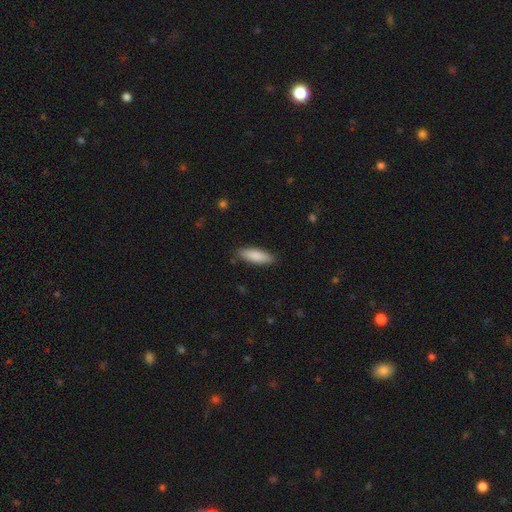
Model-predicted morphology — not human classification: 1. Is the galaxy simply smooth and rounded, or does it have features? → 87% smooth, 8% featured or disk, 5% star or artifact.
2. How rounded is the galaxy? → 54% in between, 45% cigar-shaped, 1% round.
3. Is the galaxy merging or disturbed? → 87% none, 10% minor disturbance, 2% major disturbance, 1% merger.